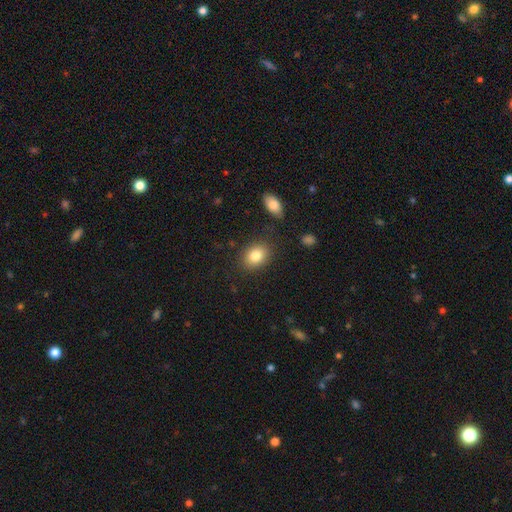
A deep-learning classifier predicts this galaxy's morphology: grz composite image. It shows a smooth galaxy with no disk features (84%) that is in between round and cigar-shaped (65%). Merging: none (83%).